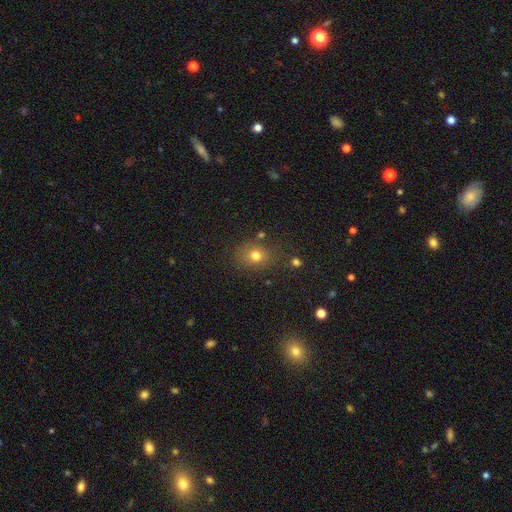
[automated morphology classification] A smooth galaxy with no disk features (75%) that is round (60%). Merging: none (76%).